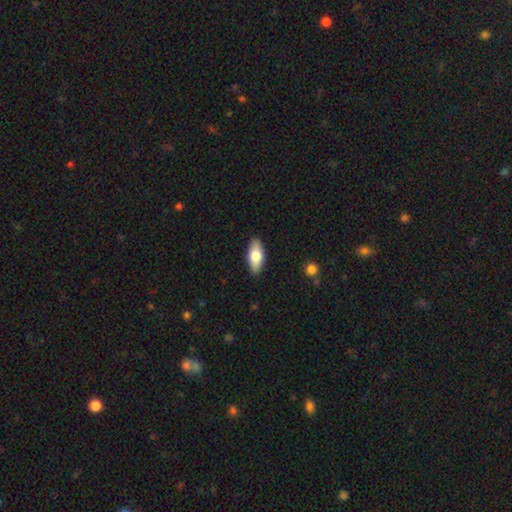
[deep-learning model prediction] smooth 74%, featured or disk 20%, star or artifact 6%. Down the decision tree: how rounded — in between (84%); merging — none (88%).